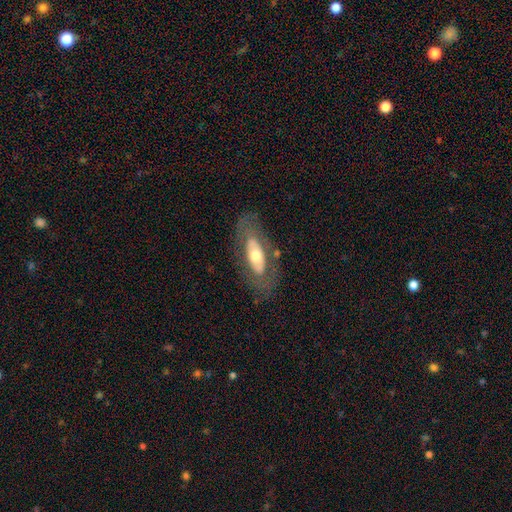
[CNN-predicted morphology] A featured or disk galaxy (54%). Merging: none (74%).